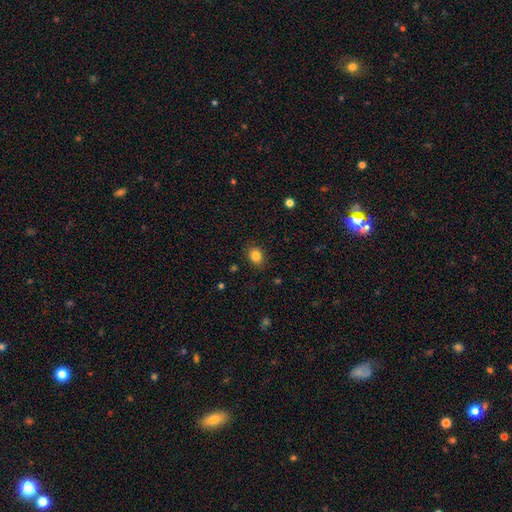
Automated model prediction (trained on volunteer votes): Smooth or featured?
  - smooth: 83% *
  - star or artifact: 11%
  - featured or disk: 6%
How rounded?
  - round: 50% *
  - in between: 49%
  - cigar-shaped: 1%
Merging?
  - none: 86% *
  - minor disturbance: 10%
  - major disturbance: 3%
  - merger: 1%